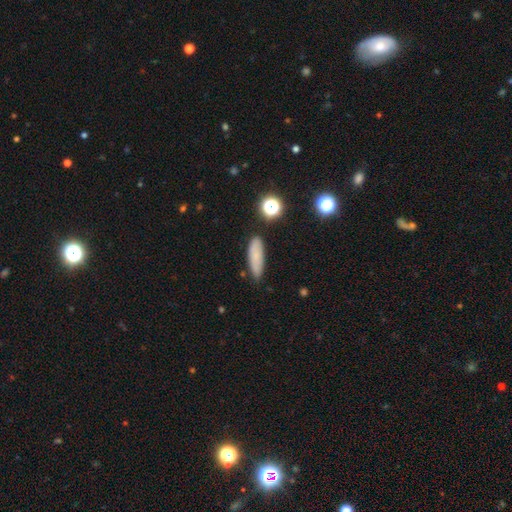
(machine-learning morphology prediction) Overall: smooth (77%). How rounded: in between (49%; cigar-shaped 47%). Merging: none (77%).